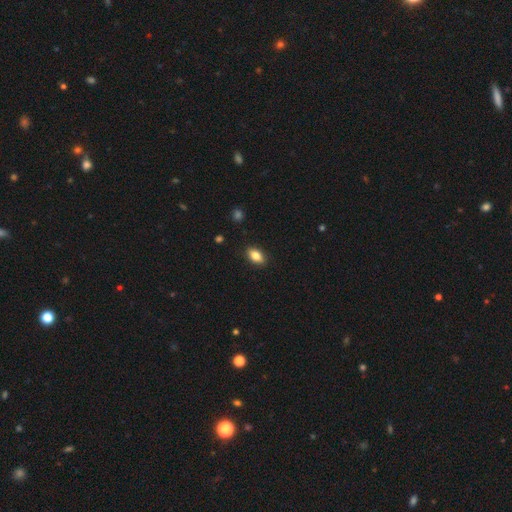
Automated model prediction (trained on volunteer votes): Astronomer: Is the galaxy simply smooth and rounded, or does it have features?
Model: smooth — 84%.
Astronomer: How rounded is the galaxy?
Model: in between — 88%.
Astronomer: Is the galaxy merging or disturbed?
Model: none — 88%.